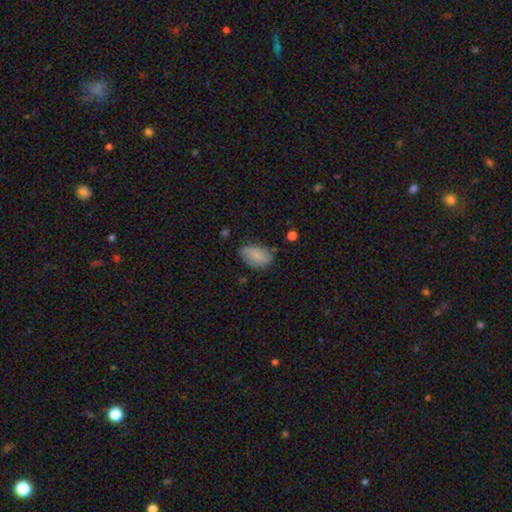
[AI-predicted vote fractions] This appears to be a smooth galaxy with no disk features (82%) that is in between round and cigar-shaped (90%). Merging: none (65%).